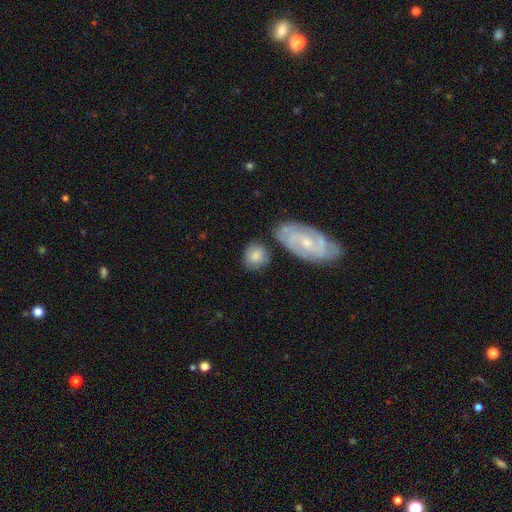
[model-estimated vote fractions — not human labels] smooth 68%, featured or disk 25%, star or artifact 7%. Down the decision tree: how rounded — round (67%); merging — none (63%).